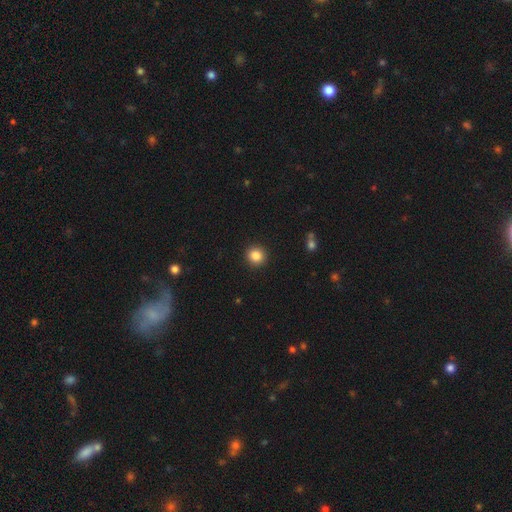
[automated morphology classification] type=smooth (86%); roundness=round (91%); merging=none (92%).